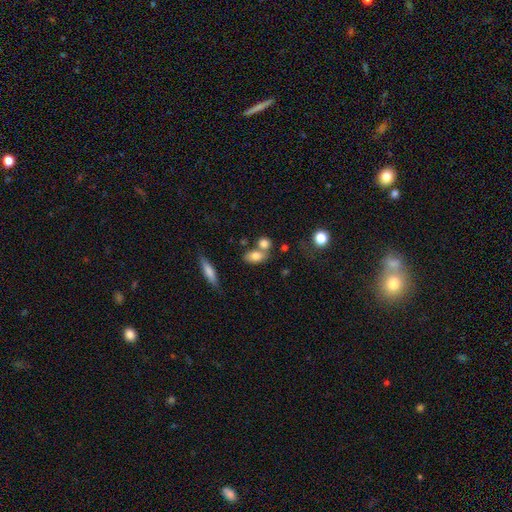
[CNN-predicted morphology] This is likely a smooth galaxy (78%). How rounded: likely in between (73%). Merging: possibly none (46%).